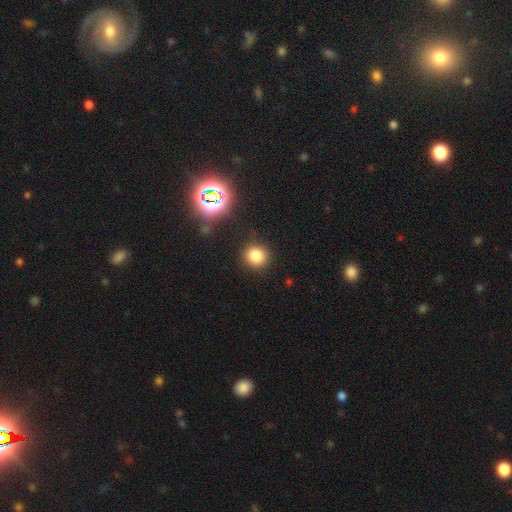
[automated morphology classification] Overall: smooth (78%). How rounded: round (90%). Merging: none (88%).